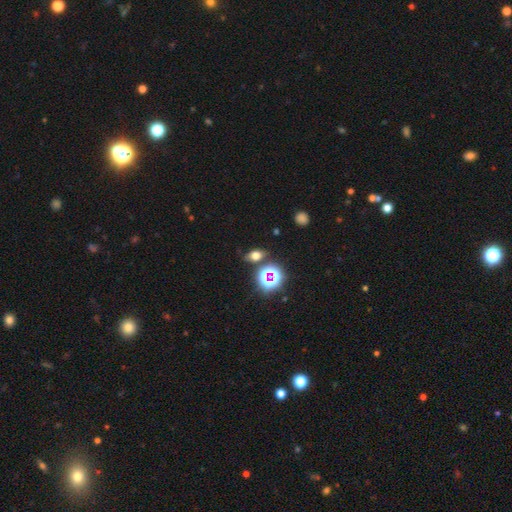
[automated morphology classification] Q: Smooth or featured?
A: smooth (58%); runner-up: star or artifact (29%)
Q: How rounded?
A: in between (70%); runner-up: round (25%)
Q: Merging?
A: none (77%); runner-up: minor disturbance (12%)